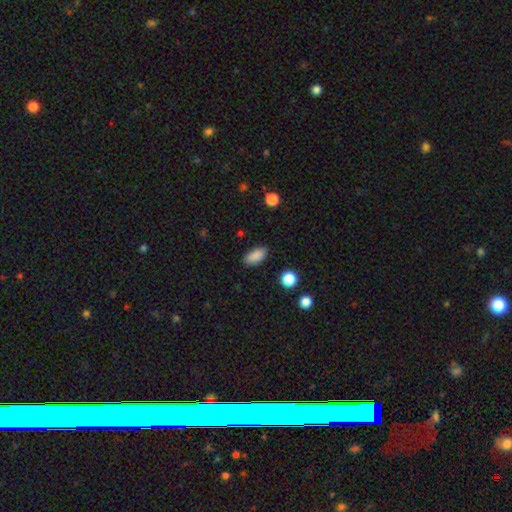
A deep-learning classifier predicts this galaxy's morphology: Smooth or featured: smooth — 88% (star or artifact — 8%)
How rounded: in between — 91% (cigar-shaped — 4%)
Merging: none — 85% (minor disturbance — 11%)